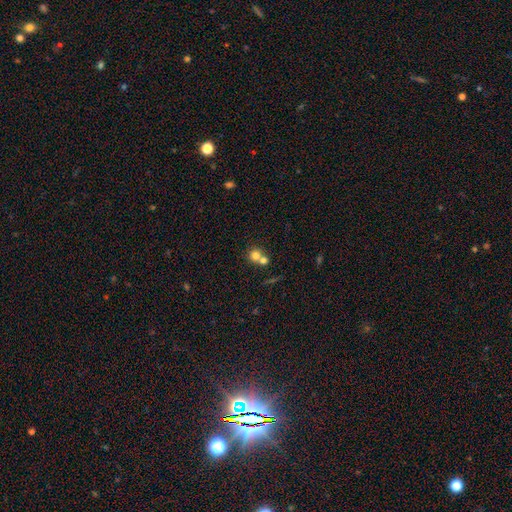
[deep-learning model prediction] Q: Smooth or featured?
A: smooth (76%); runner-up: featured or disk (13%)
Q: How rounded?
A: round (86%); runner-up: in between (13%)
Q: Merging?
A: merger (51%); runner-up: none (41%)